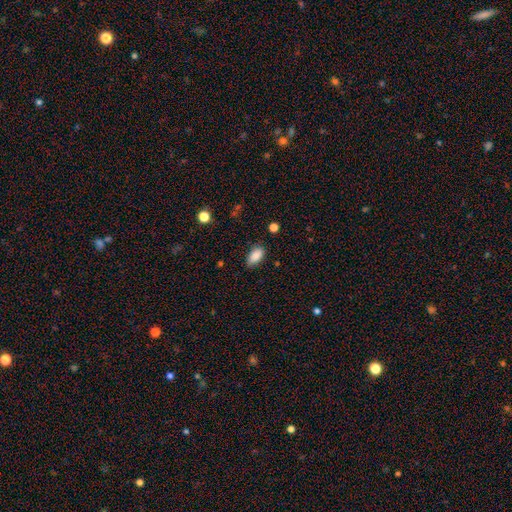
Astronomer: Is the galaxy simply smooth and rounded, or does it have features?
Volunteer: smooth — 85%.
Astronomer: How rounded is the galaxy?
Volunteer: in between — 88%.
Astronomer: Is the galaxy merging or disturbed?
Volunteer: none — 70%.